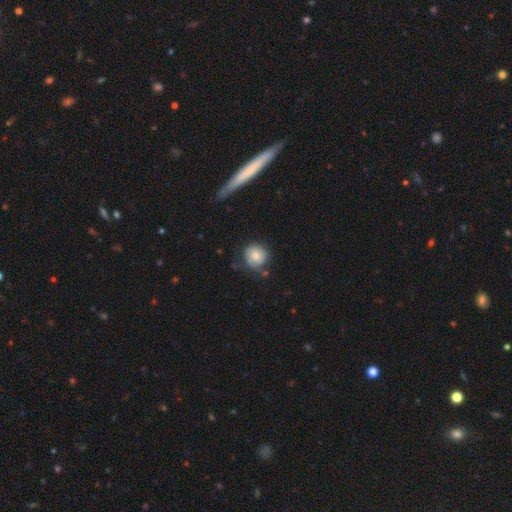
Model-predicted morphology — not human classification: Smooth or featured? Predicted: smooth (p=0.70). How rounded? Predicted: round (p=0.88). Merging? Predicted: none (p=0.59).